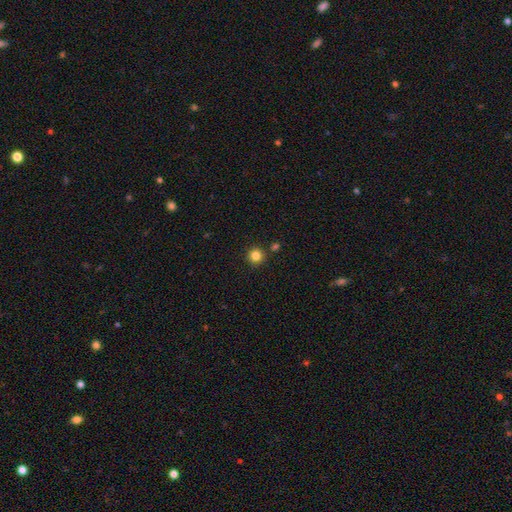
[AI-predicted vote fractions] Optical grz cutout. It shows a smooth galaxy with no disk features (84%) that is round (95%). Merging: none (89%).